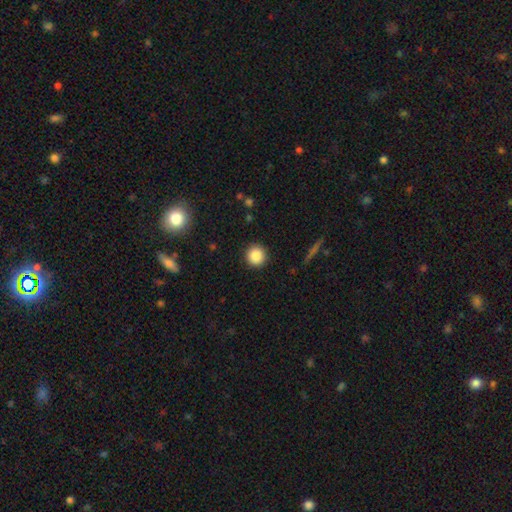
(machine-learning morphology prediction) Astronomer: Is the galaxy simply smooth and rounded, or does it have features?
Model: smooth — 87%.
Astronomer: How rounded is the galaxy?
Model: round — 95%.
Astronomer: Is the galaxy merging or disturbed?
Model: none — 92%.